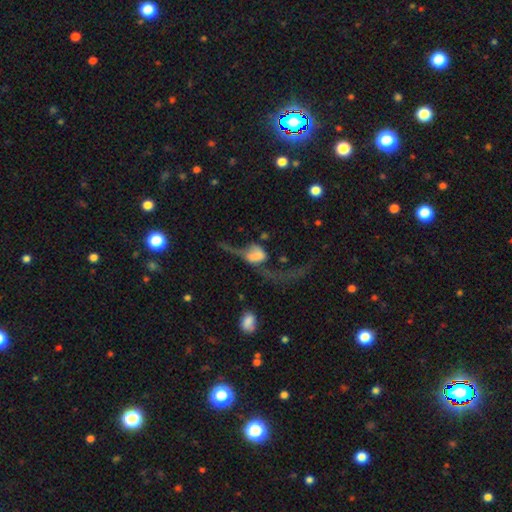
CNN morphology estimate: This is likely a featured or disk galaxy (60%). It is clearly not viewed edge-on (84%). Bar: possibly no (54%). Spiral arm pattern: possibly yes (57%). Central bulge: marginally none (37%). Merging: possibly major disturbance (52%).